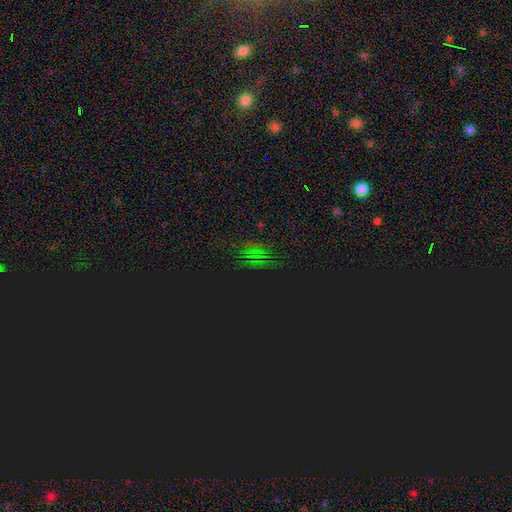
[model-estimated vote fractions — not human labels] star or artifact 76%, smooth 17%, featured or disk 7%.